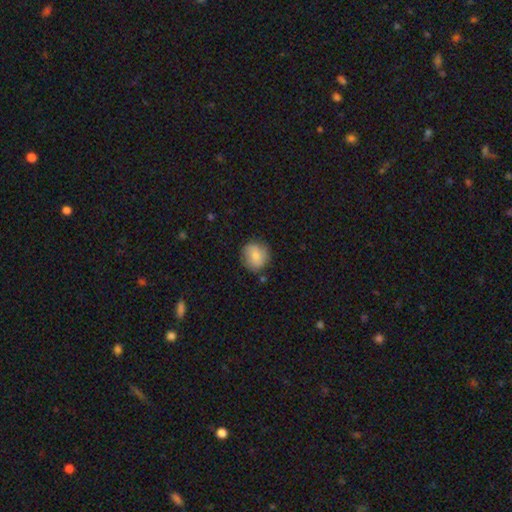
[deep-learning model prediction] This appears to be a smooth galaxy with no disk features (80%) that is round (84%). Merging: none (79%).